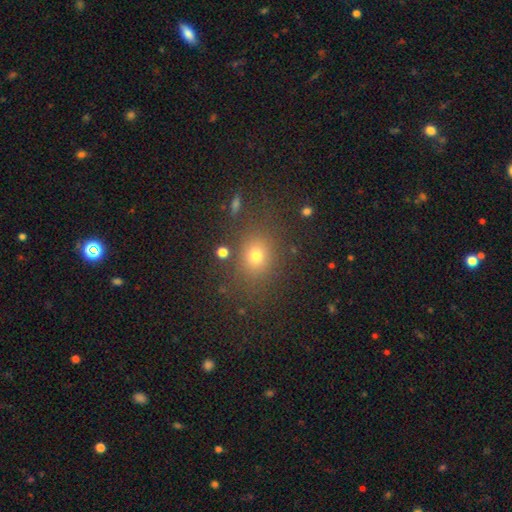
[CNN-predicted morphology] This is likely a smooth galaxy (70%). How rounded: possibly round (60%). Merging: clearly none (81%).